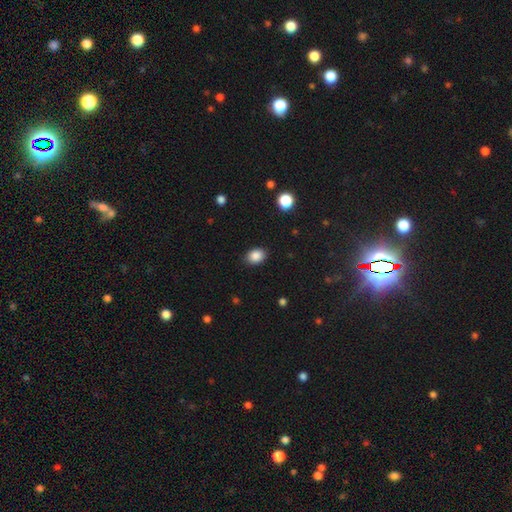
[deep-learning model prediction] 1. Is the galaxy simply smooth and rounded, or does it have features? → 87% smooth, 9% star or artifact, 4% featured or disk.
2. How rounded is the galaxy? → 66% in between, 33% round, 1% cigar-shaped.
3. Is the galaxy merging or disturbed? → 88% none, 9% minor disturbance, 2% major disturbance, 1% merger.